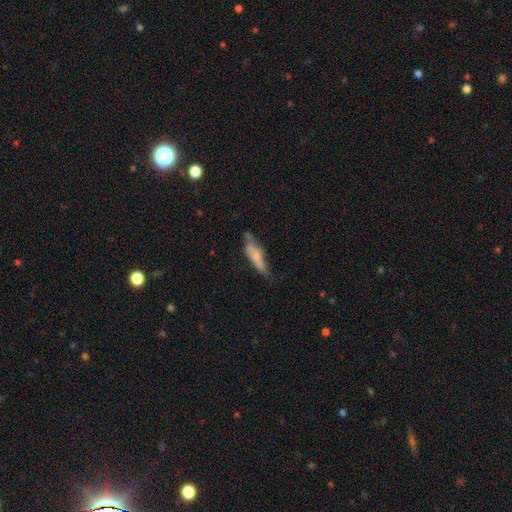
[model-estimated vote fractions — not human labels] smooth 63%, featured or disk 29%, star or artifact 8%. Down the decision tree: how rounded — cigar-shaped (69%); merging — none (42%).